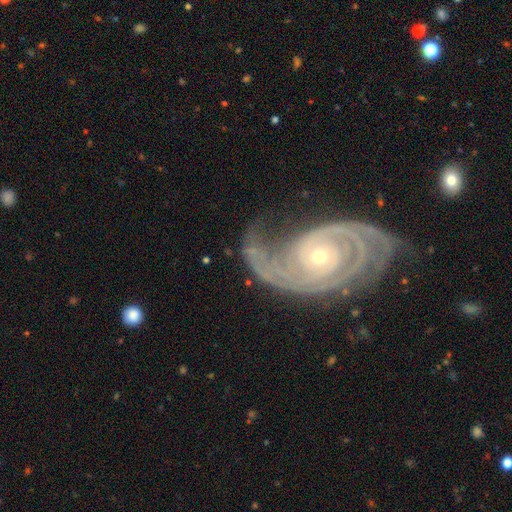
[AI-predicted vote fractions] smooth-or-featured: featured or disk: 88% | star or artifact: 6% | smooth: 6%
  disk-edge-on: no: 97% | yes: 3%
    bar: no: 75% | weak: 17% | strong: 8%
    has-spiral-arms: yes: 96% | no: 4%
      spiral-winding: tight: 61% | medium: 28% | loose: 12%
      spiral-arm-count: 2: 62% | can't tell: 13% | 3: 10% | 1: 6% | 4: 5% | more than 4: 5%
    bulge-size: small: 59% | moderate: 37% | large: 2% | none: 1% | dominant: 1%
  merging: none: 55% | major disturbance: 20% | minor disturbance: 20% | merger: 4%